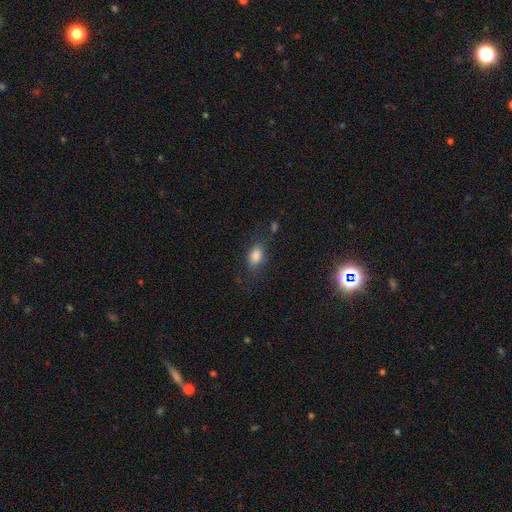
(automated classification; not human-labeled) Smooth or featured: smooth — 83% (star or artifact — 9%)
How rounded: in between — 87% (round — 10%)
Merging: none — 71% (minor disturbance — 18%)